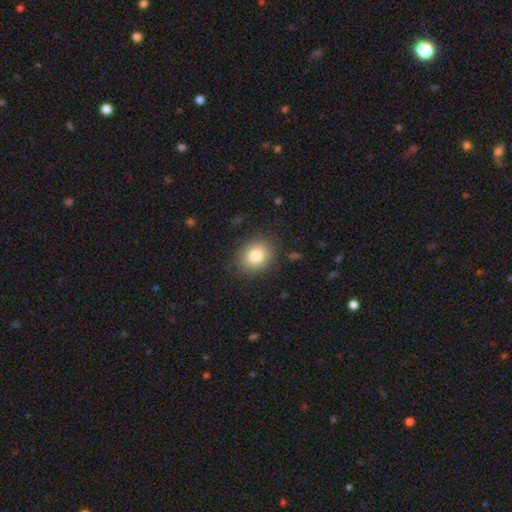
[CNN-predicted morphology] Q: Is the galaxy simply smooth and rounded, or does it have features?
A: smooth — 82%.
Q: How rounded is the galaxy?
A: round — 56%.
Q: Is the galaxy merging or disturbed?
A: none — 85%.